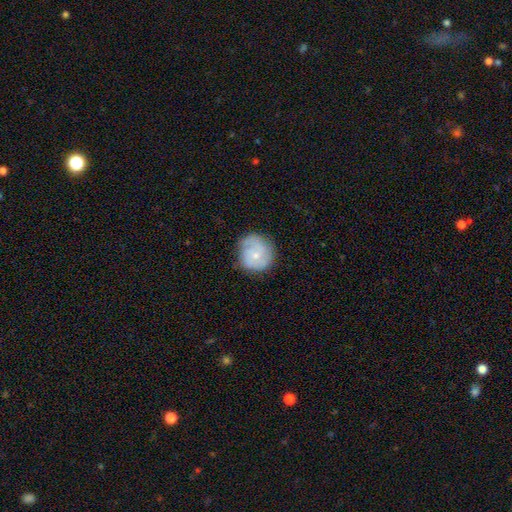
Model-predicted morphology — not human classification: Smooth or featured? Predicted: featured or disk (p=0.49). Merging? Predicted: none (p=0.63).